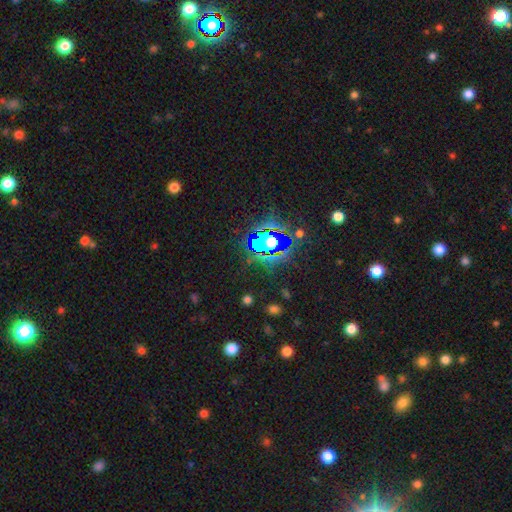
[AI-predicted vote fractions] A star or artifact, not a galaxy (80%).

Vote fractions:
- Smooth or featured? star or artifact: 80% / smooth: 12% / featured or disk: 8%